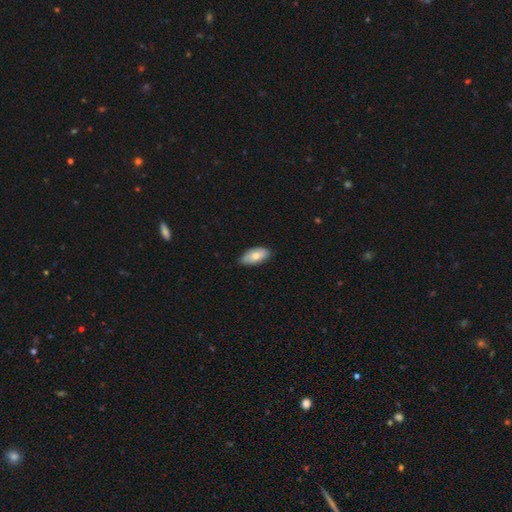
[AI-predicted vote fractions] A smooth galaxy with no disk features (73%) that is in between round and cigar-shaped (92%). Merging: none (77%).